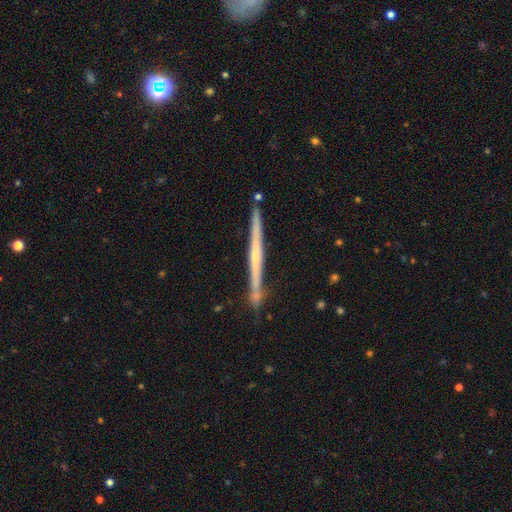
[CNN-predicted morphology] A featured or disk galaxy (66%) viewed edge-on (98%) with no central bulge (68%).

Vote fractions:
- Smooth or featured? featured or disk: 66% / smooth: 29% / star or artifact: 6%
- Edge-on disk? yes: 98% / no: 2%
- Edge-on bulge? none: 68% / rounded: 24% / boxy: 8%
- Merging? none: 86% / minor disturbance: 10% / merger: 3% / major disturbance: 2%